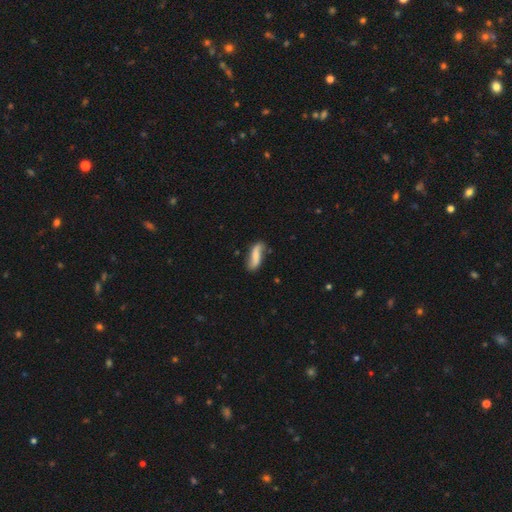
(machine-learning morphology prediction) Q: Smooth or featured?
A: smooth (56%); runner-up: featured or disk (36%)
Q: How rounded?
A: in between (54%); runner-up: cigar-shaped (44%)
Q: Merging?
A: none (64%); runner-up: minor disturbance (25%)